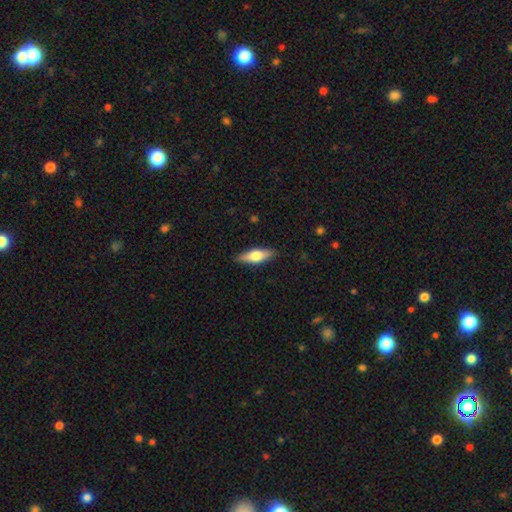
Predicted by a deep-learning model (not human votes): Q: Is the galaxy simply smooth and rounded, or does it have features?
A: smooth — 56%.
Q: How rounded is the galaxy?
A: in between — 52%.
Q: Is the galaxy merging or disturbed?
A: none — 88%.